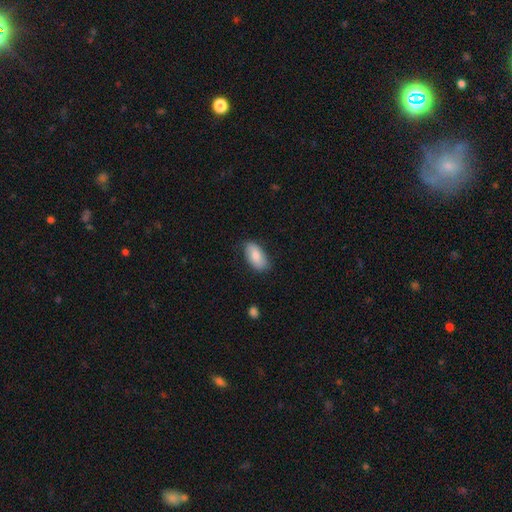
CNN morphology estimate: This appears to be a smooth galaxy with no disk features (78%) that is in between round and cigar-shaped (93%). Merging: none (80%).